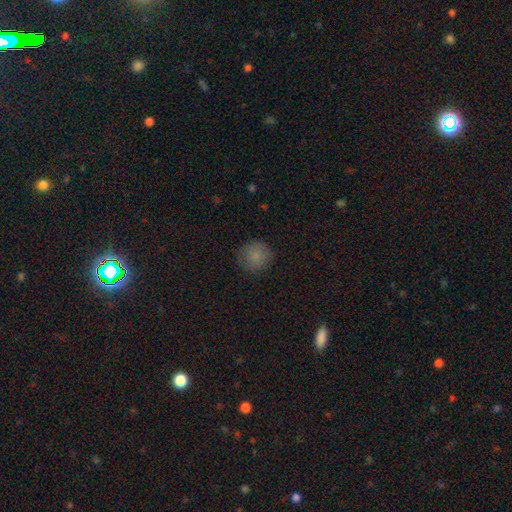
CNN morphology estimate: Q: Smooth or featured?
A: smooth (83%); runner-up: star or artifact (10%)
Q: How rounded?
A: round (91%); runner-up: in between (8%)
Q: Merging?
A: none (81%); runner-up: minor disturbance (14%)